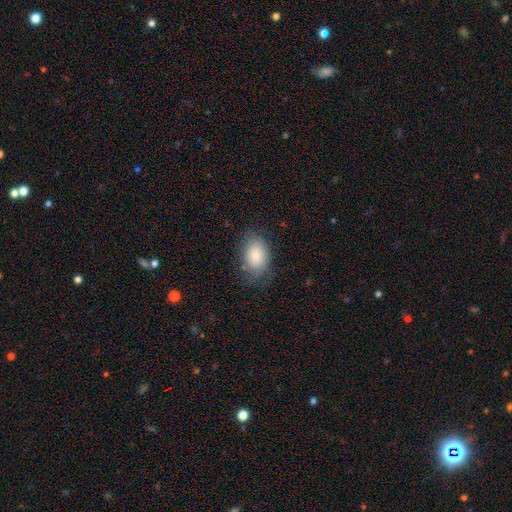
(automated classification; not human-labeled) Smooth or featured? Predicted: smooth (p=0.84). How rounded? Predicted: in between (p=0.86). Merging? Predicted: none (p=0.74).